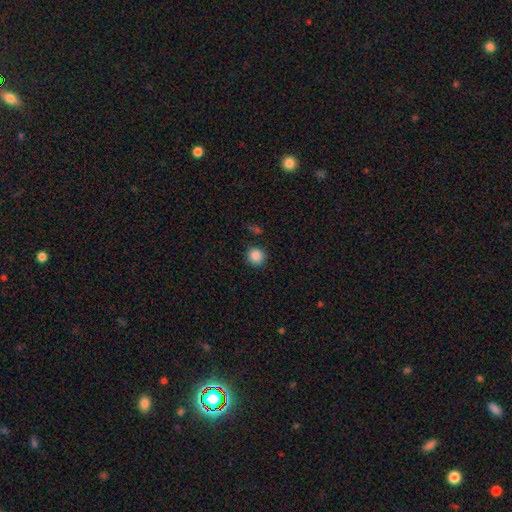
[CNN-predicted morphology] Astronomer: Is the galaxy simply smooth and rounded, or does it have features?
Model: smooth — 87%.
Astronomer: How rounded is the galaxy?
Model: round — 92%.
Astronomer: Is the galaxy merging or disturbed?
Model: none — 86%.